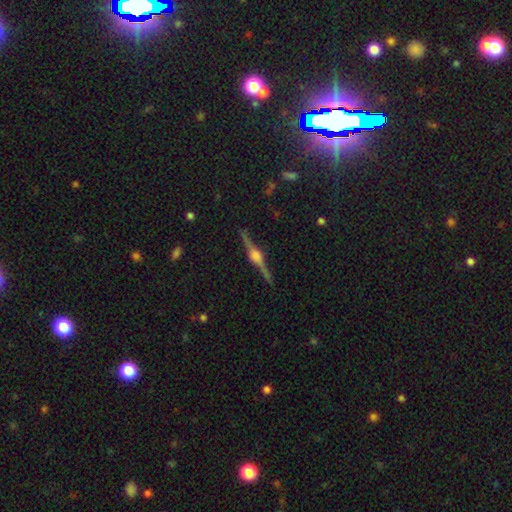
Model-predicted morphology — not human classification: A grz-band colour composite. It shows a featured or disk galaxy (86%) viewed edge-on (98%) with a rounded central bulge (87%). Merging: none (91%).